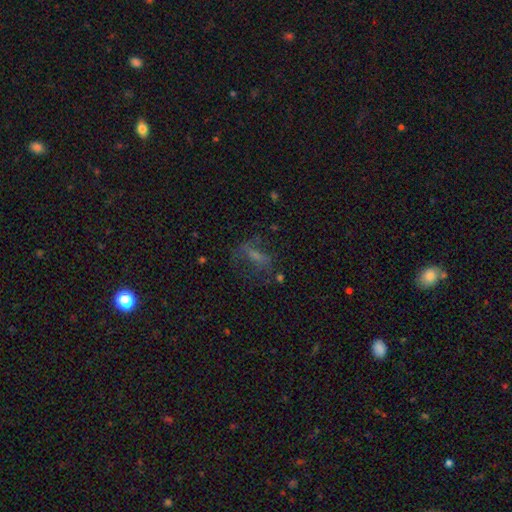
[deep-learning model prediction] featured or disk 40%, smooth 37%, star or artifact 23%. Down the decision tree: merging — none (47%).